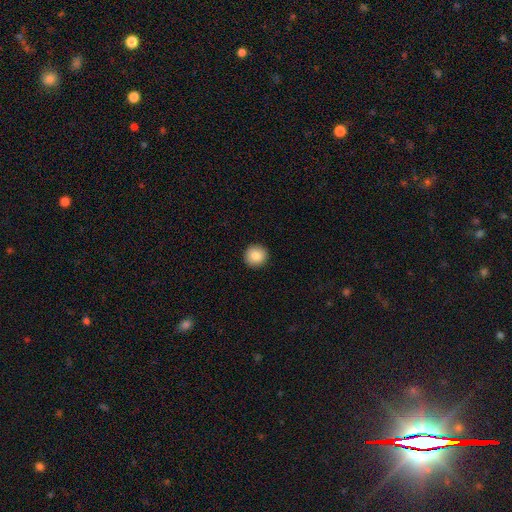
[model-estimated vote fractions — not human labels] Smooth or featured?
  - smooth: 87% *
  - star or artifact: 8%
  - featured or disk: 5%
How rounded?
  - round: 94% *
  - in between: 5%
  - cigar-shaped: 1%
Merging?
  - none: 93% *
  - minor disturbance: 5%
  - major disturbance: 2%
  - merger: 1%